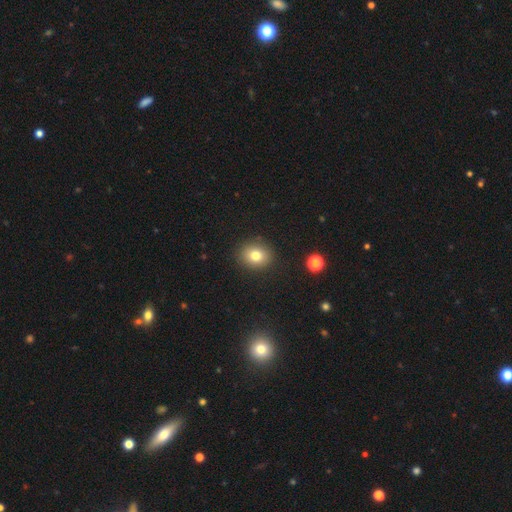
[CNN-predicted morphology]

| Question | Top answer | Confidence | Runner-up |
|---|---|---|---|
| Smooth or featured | smooth | 78% | star or artifact (12%) |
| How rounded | round | 67% | in between (32%) |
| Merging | none | 88% | minor disturbance (8%) |